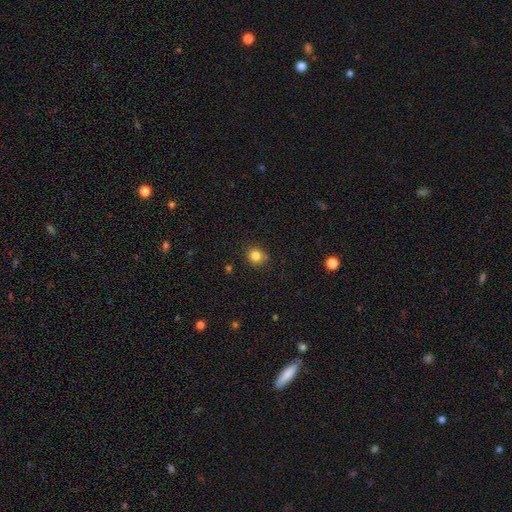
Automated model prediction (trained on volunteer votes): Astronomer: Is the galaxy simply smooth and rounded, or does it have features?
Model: smooth — 84%.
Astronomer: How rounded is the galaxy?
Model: round — 81%.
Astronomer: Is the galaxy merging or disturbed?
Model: none — 86%.